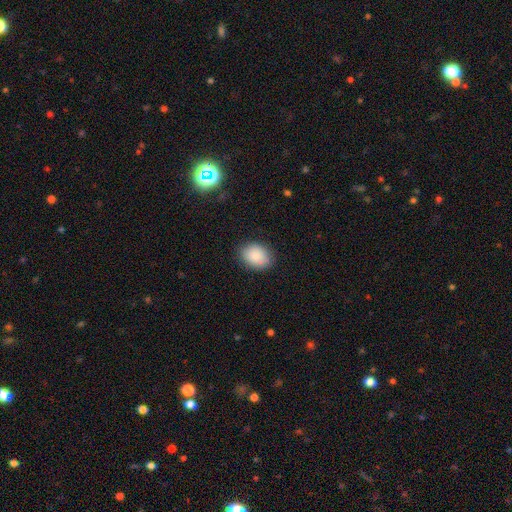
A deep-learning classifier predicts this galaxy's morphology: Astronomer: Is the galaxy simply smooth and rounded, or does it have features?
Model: smooth — 87%.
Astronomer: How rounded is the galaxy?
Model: in between — 68%.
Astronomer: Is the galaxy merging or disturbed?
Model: none — 85%.